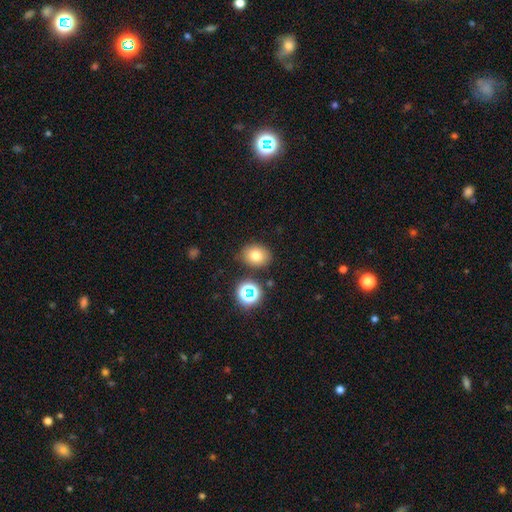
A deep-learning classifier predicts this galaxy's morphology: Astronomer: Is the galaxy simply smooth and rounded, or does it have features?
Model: smooth — 75%.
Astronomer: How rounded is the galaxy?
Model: round — 51% (runner-up: in between, 48%).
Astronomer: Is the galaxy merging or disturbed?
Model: none — 82%.